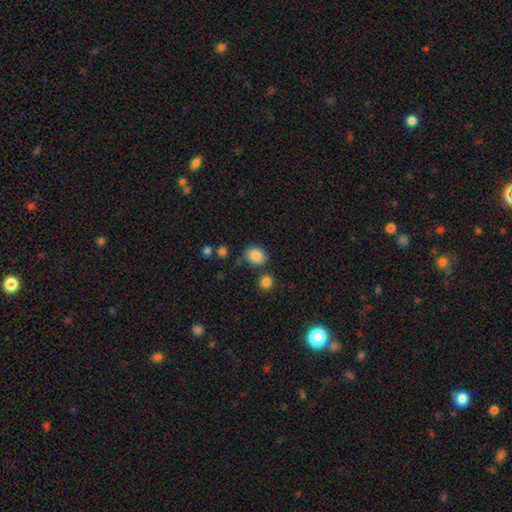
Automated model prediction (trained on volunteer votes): smooth-or-featured: smooth: 86% | star or artifact: 10% | featured or disk: 4%
  how-rounded: in between: 54% | round: 45% | cigar-shaped: 1%
  merging: none: 72% | minor disturbance: 15% | merger: 8% | major disturbance: 4%